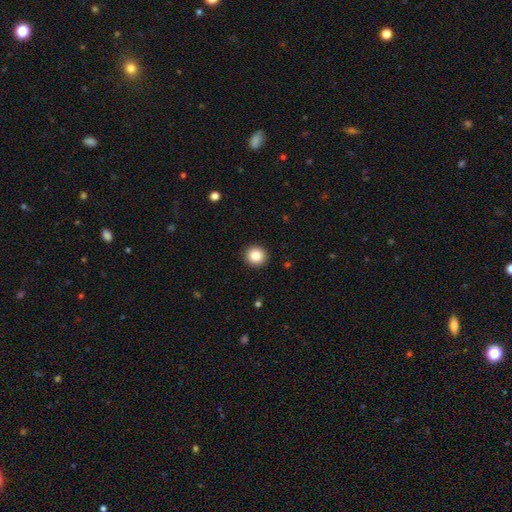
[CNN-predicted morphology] Smooth or featured: smooth — 86% (star or artifact — 9%)
How rounded: round — 92% (in between — 8%)
Merging: none — 92% (minor disturbance — 5%)